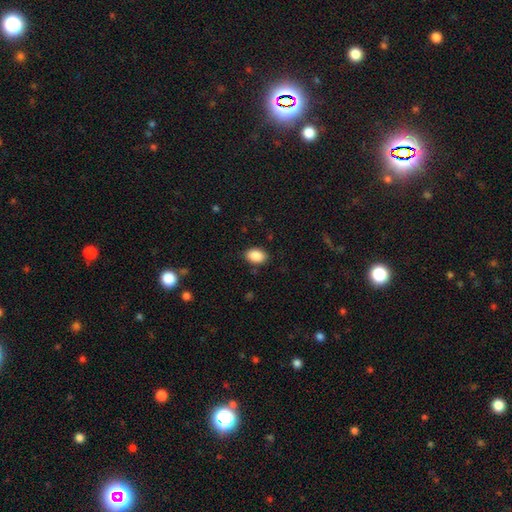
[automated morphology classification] The model was most divided on "how rounded": in between: 86%, round: 13%, cigar-shaped: 1%. More confident: smooth or featured — smooth (89%); merging — none (87%).